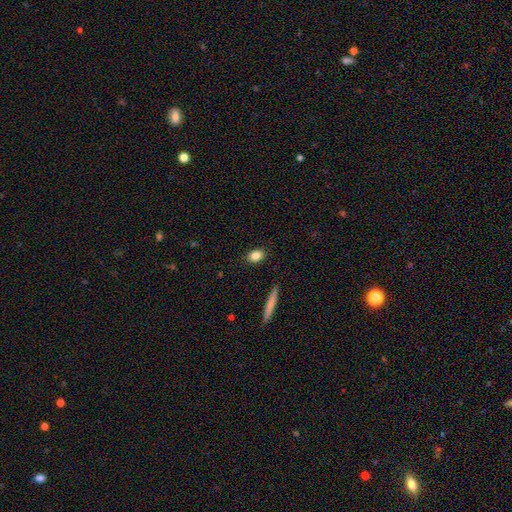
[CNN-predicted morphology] Smooth or featured?
  - smooth: 83% *
  - featured or disk: 9%
  - star or artifact: 8%
How rounded?
  - in between: 78% *
  - round: 17%
  - cigar-shaped: 5%
Merging?
  - none: 89% *
  - minor disturbance: 8%
  - major disturbance: 2%
  - merger: 1%